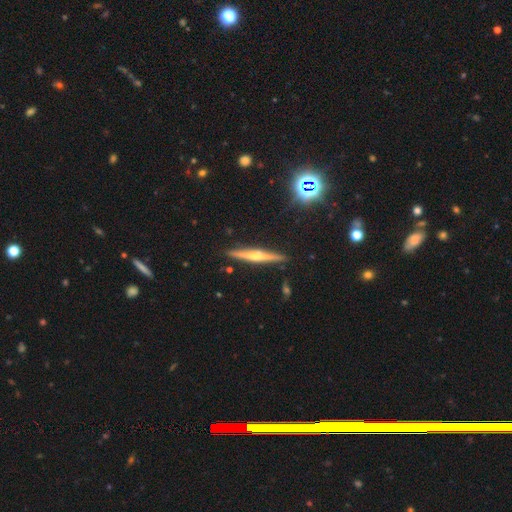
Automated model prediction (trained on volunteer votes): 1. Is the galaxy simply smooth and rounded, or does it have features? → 70% featured or disk, 22% smooth, 8% star or artifact.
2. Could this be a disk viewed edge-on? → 98% yes, 2% no.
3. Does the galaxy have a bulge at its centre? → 78% rounded, 14% none, 8% boxy.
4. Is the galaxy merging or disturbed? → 91% none, 7% minor disturbance, 1% merger, 1% major disturbance.